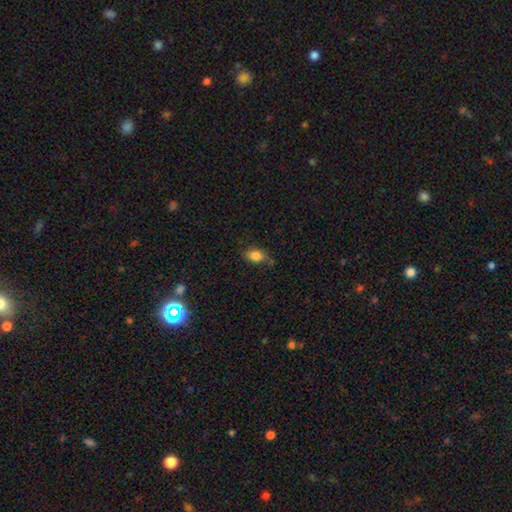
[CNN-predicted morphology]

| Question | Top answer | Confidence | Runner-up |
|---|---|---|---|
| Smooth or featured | smooth | 83% | star or artifact (9%) |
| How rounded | in between | 85% | round (12%) |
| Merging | none | 71% | minor disturbance (20%) |